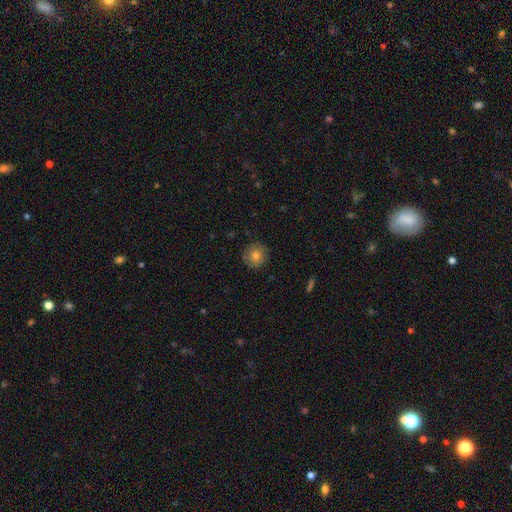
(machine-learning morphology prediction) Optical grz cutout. It shows a smooth galaxy with no disk features (76%) that is round (92%). Merging: none (87%).